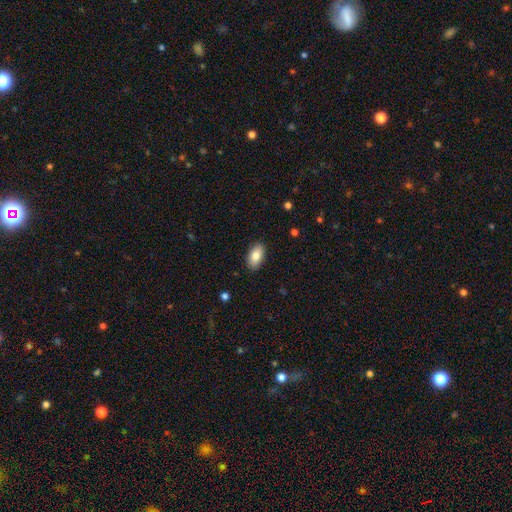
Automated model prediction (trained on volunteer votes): Smooth or featured? Predicted: smooth (p=0.84). How rounded? Predicted: in between (p=0.93). Merging? Predicted: none (p=0.88).